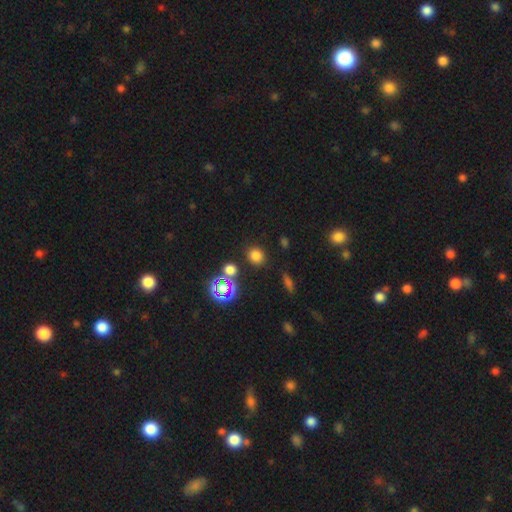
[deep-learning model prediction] Q: Smooth or featured?
A: smooth (72%); runner-up: star or artifact (22%)
Q: How rounded?
A: round (75%); runner-up: in between (24%)
Q: Merging?
A: none (83%); runner-up: minor disturbance (8%)